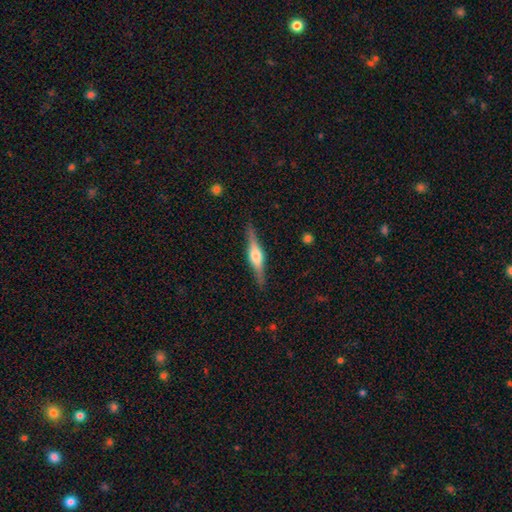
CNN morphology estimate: smooth-or-featured: featured or disk: 74% | smooth: 20% | star or artifact: 6%
  disk-edge-on: yes: 97% | no: 3%
    edge-on-bulge: rounded: 87% | boxy: 11% | none: 3%
  merging: none: 89% | minor disturbance: 8% | major disturbance: 2% | merger: 1%